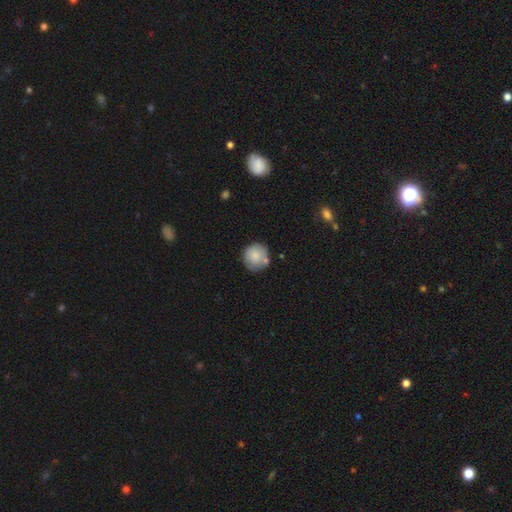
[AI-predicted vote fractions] Overall: smooth (81%). How rounded: round (93%). Merging: none (72%).